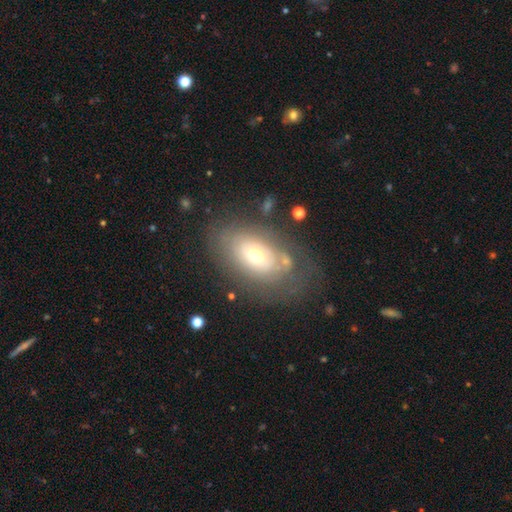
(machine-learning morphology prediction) Smooth or featured?
  - featured or disk: 57% *
  - smooth: 34%
  - star or artifact: 8%
Edge-on disk?
  - no: 92% *
  - yes: 8%
Bar?
  - no: 86% *
  - weak: 11%
  - strong: 3%
Spiral arms?
  - no: 52% *
  - yes: 48%
Bulge size?
  - small: 47% *
  - moderate: 45%
  - large: 6%
  - dominant: 1%
  - none: 1%
Merging?
  - none: 65% *
  - minor disturbance: 19%
  - major disturbance: 13%
  - merger: 4%